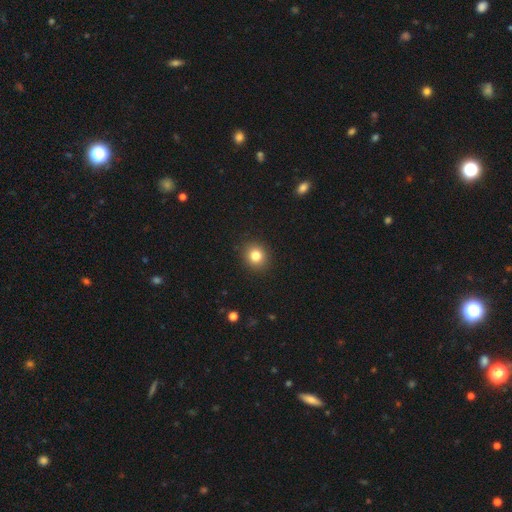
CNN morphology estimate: Smooth or featured: smooth — 81% (star or artifact — 12%)
How rounded: round — 83% (in between — 17%)
Merging: none — 91% (minor disturbance — 6%)